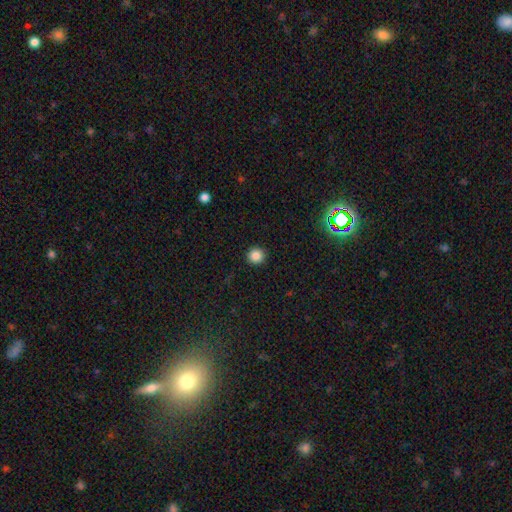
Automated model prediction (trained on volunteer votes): The model was most divided on "smooth or featured": smooth: 85%, star or artifact: 11%, featured or disk: 3%. More confident: how rounded — round (95%); merging — none (92%).